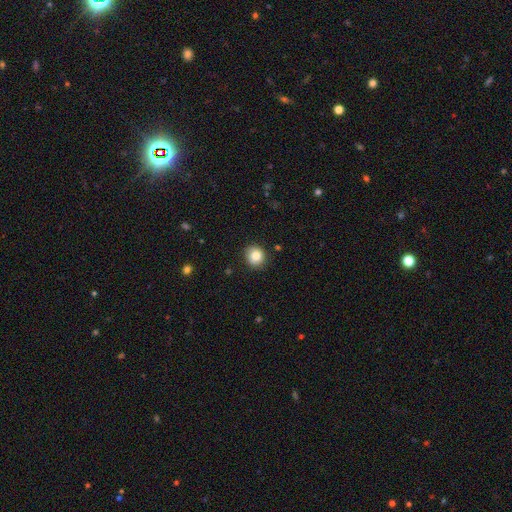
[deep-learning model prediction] This is clearly a smooth galaxy (83%). How rounded: clearly round (87%). Merging: clearly none (88%).